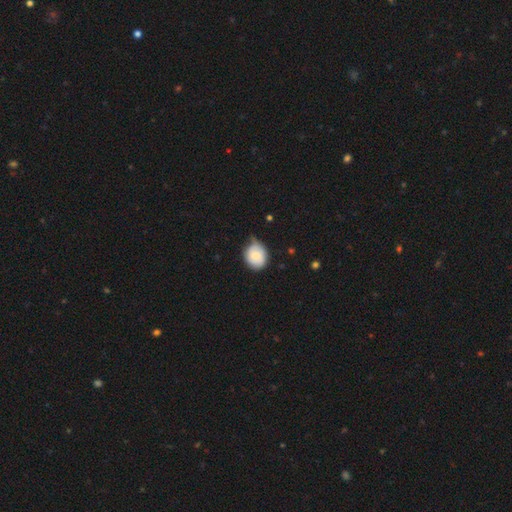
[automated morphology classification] This appears to be a smooth galaxy with no disk features (72%) that is round (62%). Merging: none (51%).